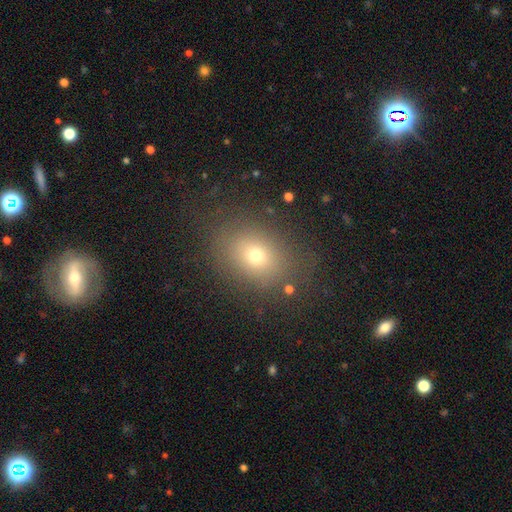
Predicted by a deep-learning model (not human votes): Overall: smooth (68%). How rounded: in between (57%; round 42%). Merging: none (79%).